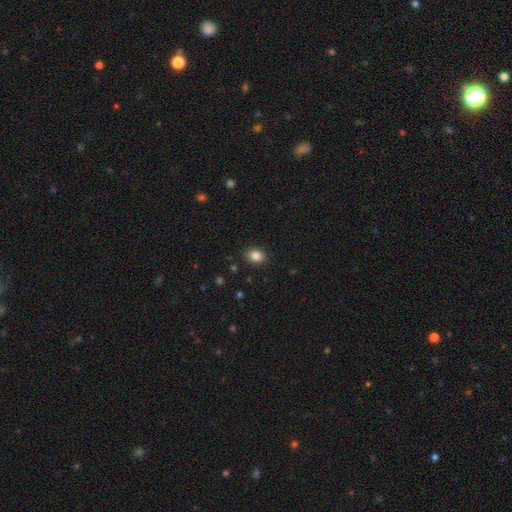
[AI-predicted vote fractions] Smooth or featured? Predicted: smooth (p=0.85). How rounded? Predicted: in between (p=0.54). Merging? Predicted: none (p=0.89).